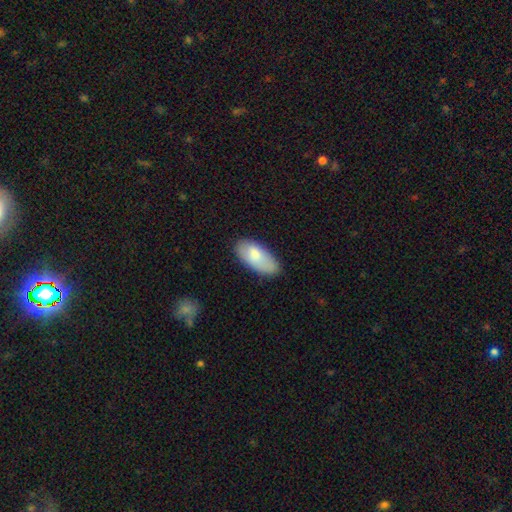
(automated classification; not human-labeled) This appears to be a smooth galaxy with no disk features (80%) that is in between round and cigar-shaped (92%). Merging: none (77%).